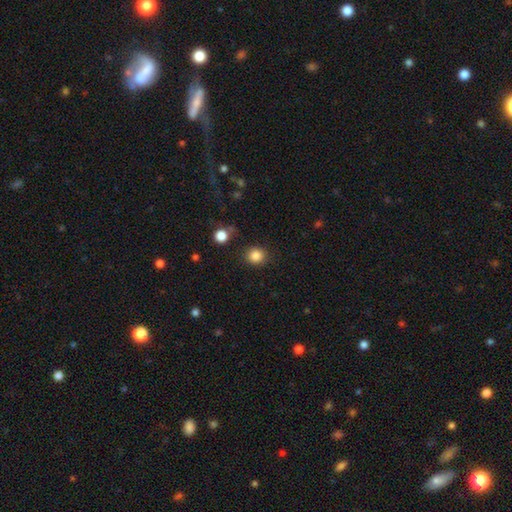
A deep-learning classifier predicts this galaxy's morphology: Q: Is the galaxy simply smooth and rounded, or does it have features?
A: smooth — 85%.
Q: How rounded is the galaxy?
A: round — 86%.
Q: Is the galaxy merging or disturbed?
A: none — 86%.